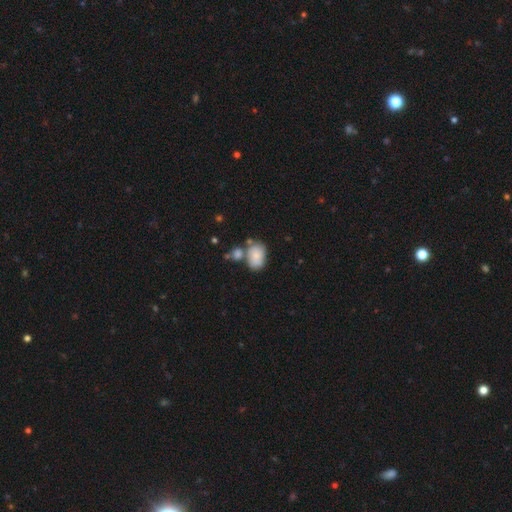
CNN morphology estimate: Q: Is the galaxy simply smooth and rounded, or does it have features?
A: smooth — 80%.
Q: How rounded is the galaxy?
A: in between — 79%.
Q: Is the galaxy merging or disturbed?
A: none — 45%.